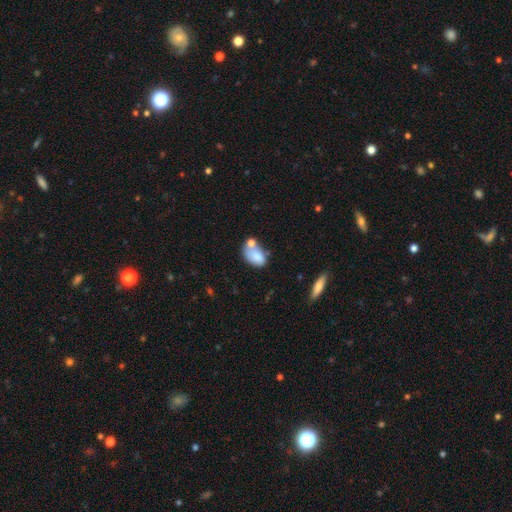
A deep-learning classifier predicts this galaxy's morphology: Smooth or featured?
  - smooth: 74% *
  - featured or disk: 18%
  - star or artifact: 9%
How rounded?
  - in between: 87% *
  - round: 12%
  - cigar-shaped: 2%
Merging?
  - merger: 36% *
  - none: 33%
  - minor disturbance: 20%
  - major disturbance: 12%